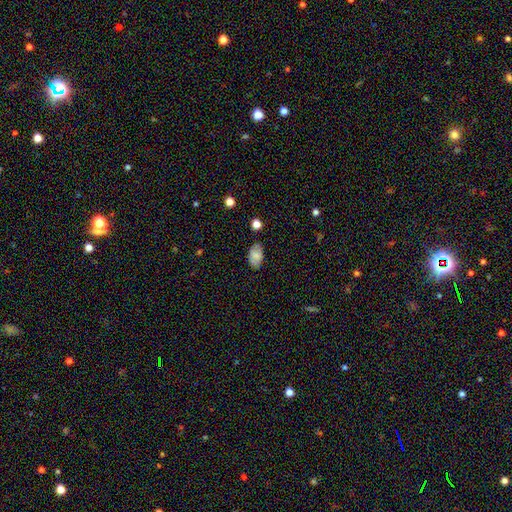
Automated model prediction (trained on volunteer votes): Smooth or featured? smooth (70%)
How rounded? in between (92%)
Merging? none (79%)